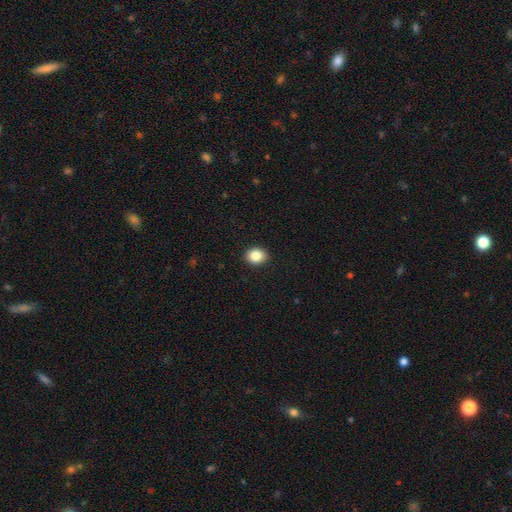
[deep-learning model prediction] This appears to be a smooth galaxy with no disk features (86%) that is in between round and cigar-shaped (50%). Merging: none (91%).